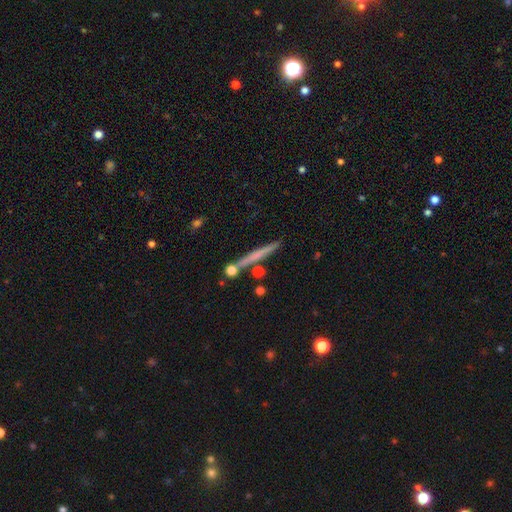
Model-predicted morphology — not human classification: This appears to be a smooth galaxy with no disk features (47%). Merging: none (82%).